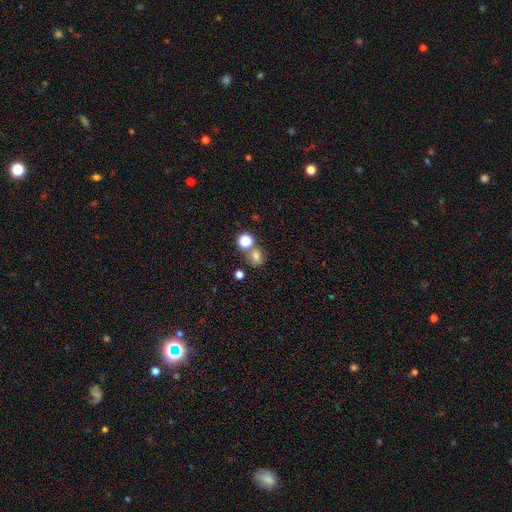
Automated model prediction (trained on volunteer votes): Morphology: type=smooth (70%); roundness=round (59%); merging=none (58%).